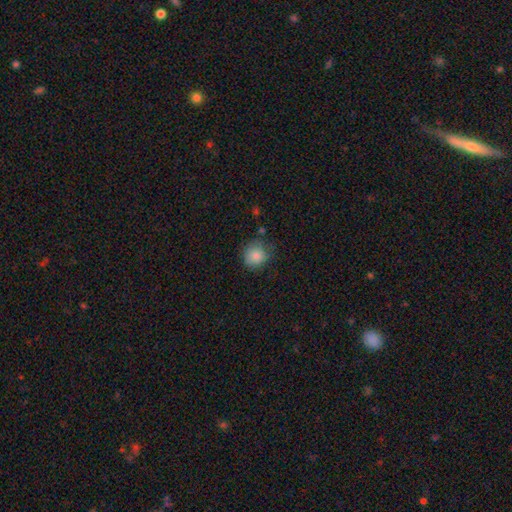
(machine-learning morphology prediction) This is clearly a smooth galaxy (85%). How rounded: clearly round (87%). Merging: likely none (70%).